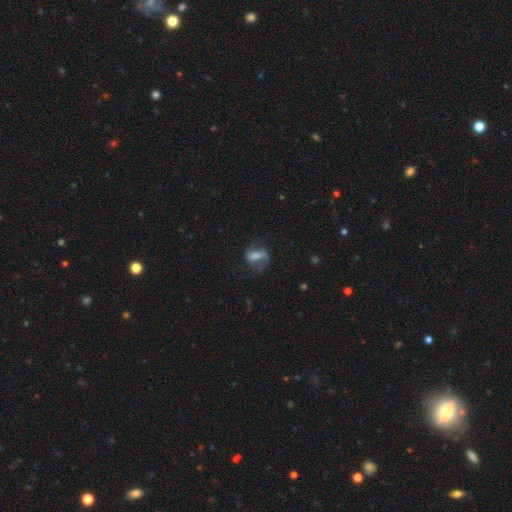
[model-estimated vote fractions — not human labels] smooth-or-featured: featured or disk: 52% | smooth: 38% | star or artifact: 10%
  disk-edge-on: no: 94% | yes: 6%
  merging: none: 49% | major disturbance: 26% | minor disturbance: 23% | merger: 2%